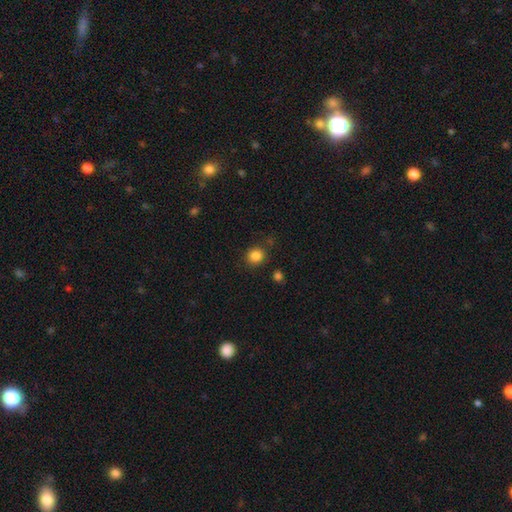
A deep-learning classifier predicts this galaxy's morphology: A smooth galaxy with no disk features (85%) that is round (87%).

Vote fractions:
- Smooth or featured? smooth: 85% / star or artifact: 11% / featured or disk: 4%
- How rounded? round: 87% / in between: 12% / cigar-shaped: 1%
- Merging? none: 84% / minor disturbance: 9% / merger: 3% / major disturbance: 3%